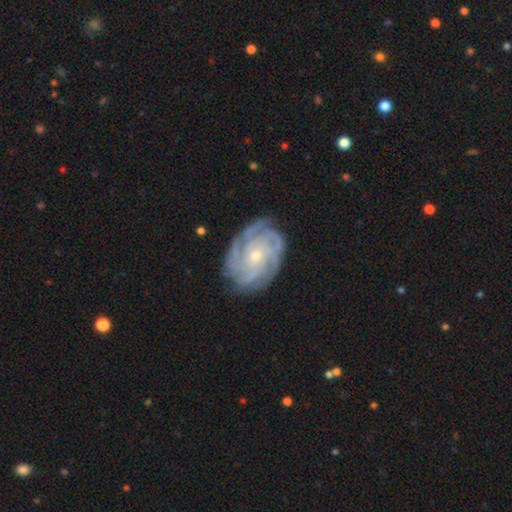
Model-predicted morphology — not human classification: The model was most divided on "spiral arm count": 4: 29%, can't tell: 23%, 3: 17%, more than 4: 14%, 2: 10%, 1: 7%. More confident: spiral arms — yes (97%); edge-on disk — no (97%); smooth or featured — featured or disk (87%); merging — none (81%); bar — no (75%); spiral winding — tight (74%); bulge size — small (68%).